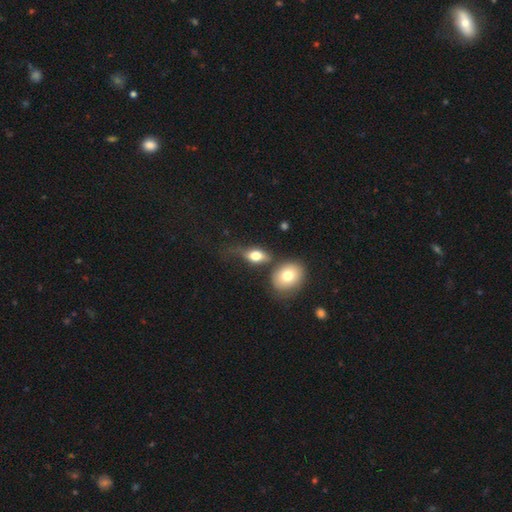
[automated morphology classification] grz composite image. It shows a smooth galaxy with no disk features (73%) that is in between round and cigar-shaped (76%). Merging: none (36%).